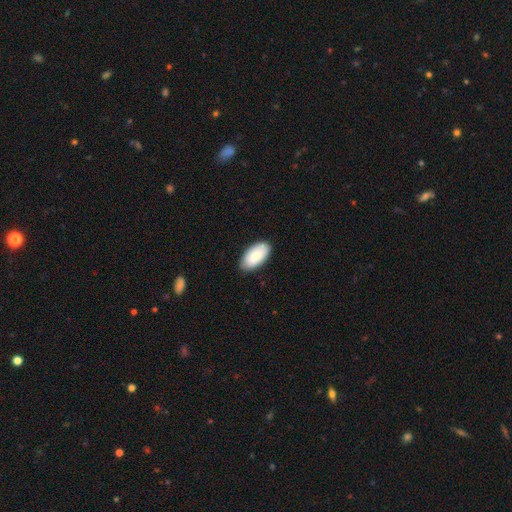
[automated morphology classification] This is clearly a smooth galaxy (84%). How rounded: clearly in between (96%). Merging: clearly none (86%).